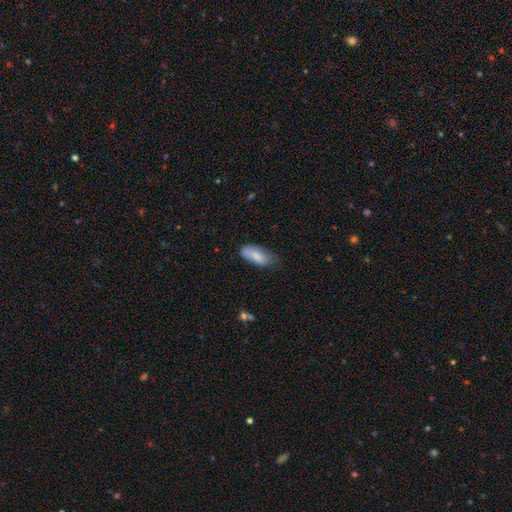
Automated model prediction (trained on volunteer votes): smooth 80%, featured or disk 14%, star or artifact 6%. Down the decision tree: how rounded — in between (85%); merging — none (56%).